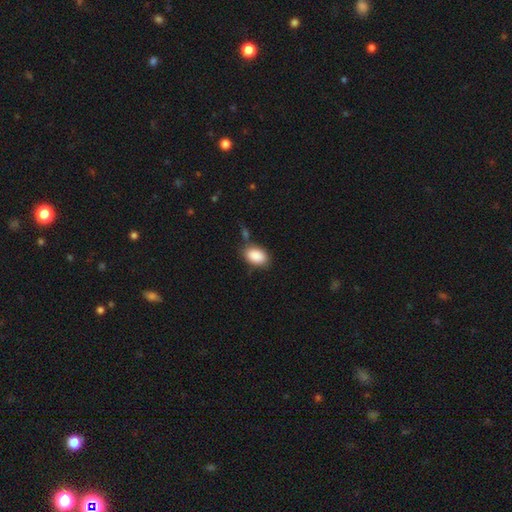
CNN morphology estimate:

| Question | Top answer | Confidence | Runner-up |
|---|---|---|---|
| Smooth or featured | smooth | 89% | star or artifact (7%) |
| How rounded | in between | 88% | round (10%) |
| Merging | none | 74% | minor disturbance (16%) |